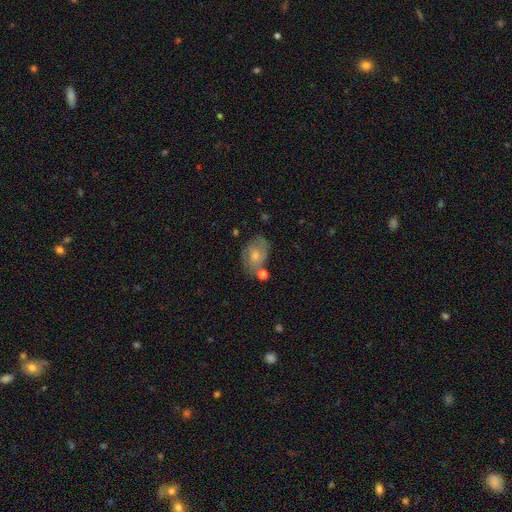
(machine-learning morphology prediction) Q: Smooth or featured?
A: smooth (53%); runner-up: featured or disk (38%)
Q: How rounded?
A: in between (73%); runner-up: round (26%)
Q: Merging?
A: none (50%); runner-up: minor disturbance (25%)